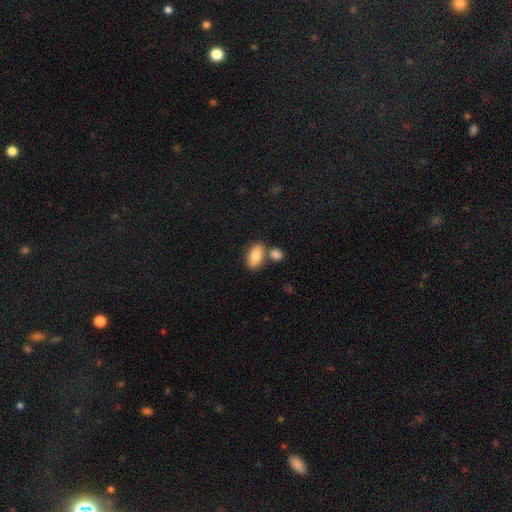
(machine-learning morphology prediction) Smooth or featured?
  - smooth: 83% *
  - featured or disk: 10%
  - star or artifact: 7%
How rounded?
  - in between: 90% *
  - round: 7%
  - cigar-shaped: 3%
Merging?
  - none: 59% *
  - merger: 27%
  - minor disturbance: 11%
  - major disturbance: 3%